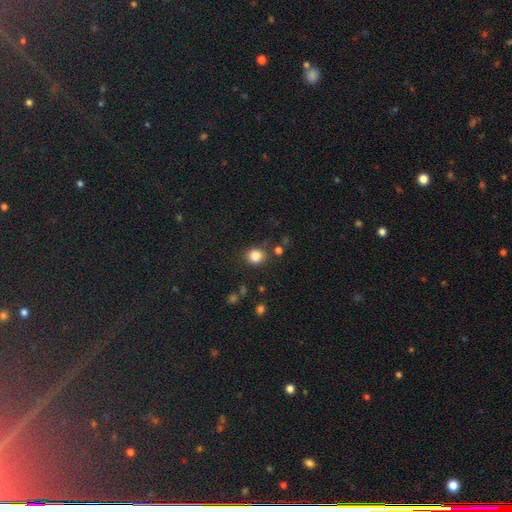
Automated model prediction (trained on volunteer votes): This is clearly a smooth galaxy (84%). How rounded: likely round (77%). Merging: likely none (74%).